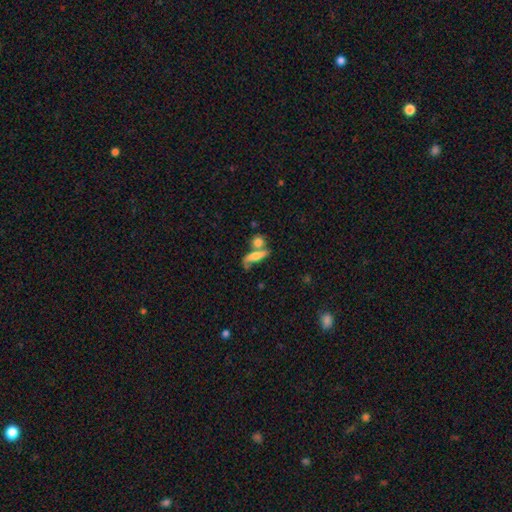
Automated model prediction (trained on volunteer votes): A smooth galaxy with no disk features (55%) that is cigar-shaped (51%).

Vote fractions:
- Smooth or featured? smooth: 55% / featured or disk: 35% / star or artifact: 9%
- How rounded? cigar-shaped: 51% / in between: 41% / round: 8%
- Merging? none: 41% / merger: 34% / minor disturbance: 15% / major disturbance: 10%